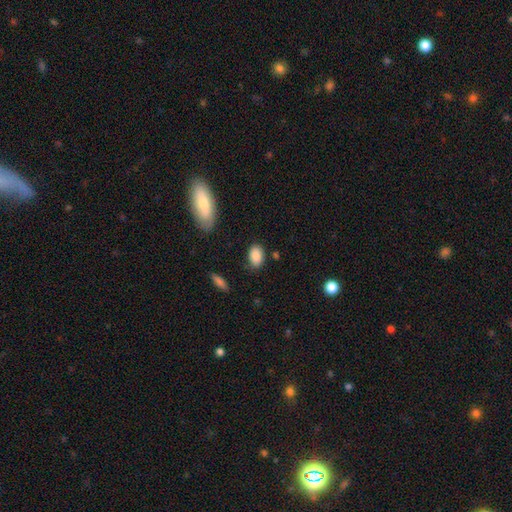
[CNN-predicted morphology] A smooth galaxy with no disk features (87%) that is in between round and cigar-shaped (86%).

Vote fractions:
- Smooth or featured? smooth: 87% / star or artifact: 8% / featured or disk: 5%
- How rounded? in between: 86% / round: 13% / cigar-shaped: 2%
- Merging? none: 80% / minor disturbance: 15% / major disturbance: 3% / merger: 3%